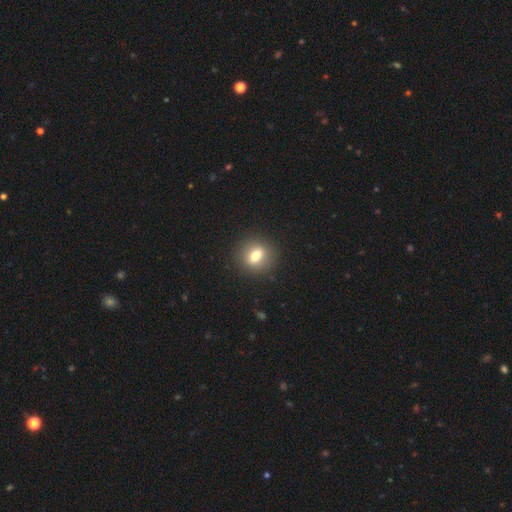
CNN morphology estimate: A smooth galaxy with no disk features (72%) that is round (68%). Merging: none (90%).